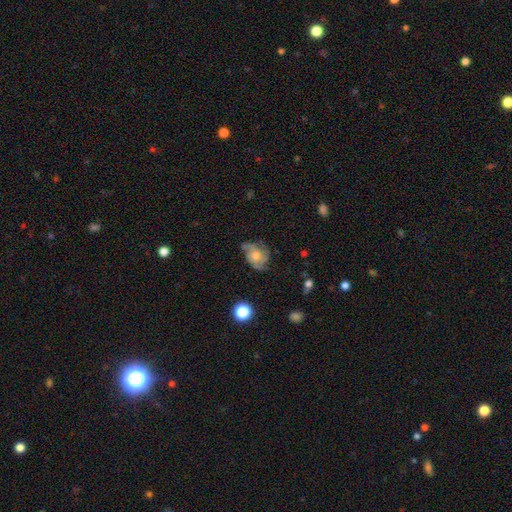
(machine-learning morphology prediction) Smooth or featured? featured or disk (64%)
Edge-on disk? no (97%)
Bar? no (76%)
Spiral arms? yes (87%)
Spiral winding? medium (47%)
Spiral arm count? 3 (39%)
Bulge size? moderate (49%)
Merging? none (57%)